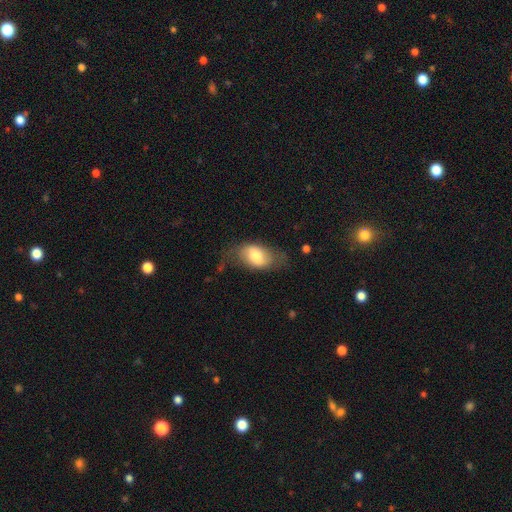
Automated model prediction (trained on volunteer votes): smooth-or-featured: smooth: 65% | featured or disk: 28% | star or artifact: 7%
  how-rounded: in between: 90% | round: 8% | cigar-shaped: 2%
  merging: none: 52% | minor disturbance: 28% | major disturbance: 18% | merger: 2%